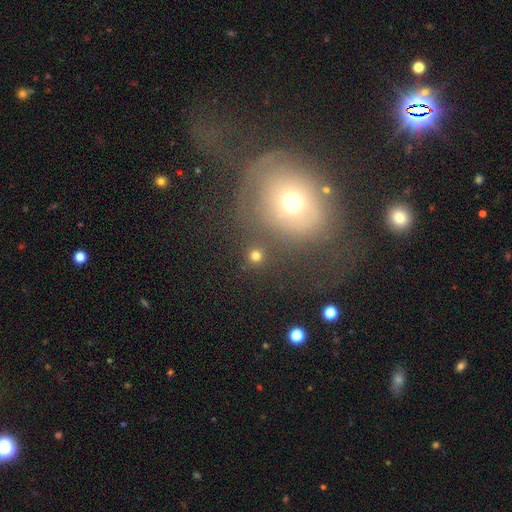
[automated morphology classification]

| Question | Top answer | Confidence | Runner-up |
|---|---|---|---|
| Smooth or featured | smooth | 76% | star or artifact (18%) |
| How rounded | round | 92% | in between (7%) |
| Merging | none | 84% | merger (7%) |